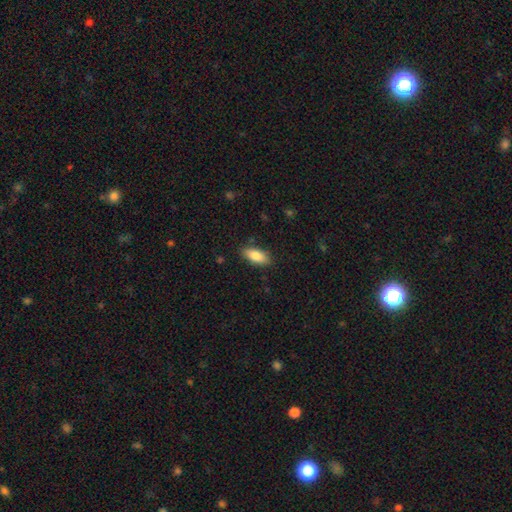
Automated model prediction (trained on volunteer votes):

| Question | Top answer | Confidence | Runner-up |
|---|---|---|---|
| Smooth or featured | smooth | 85% | featured or disk (8%) |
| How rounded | in between | 85% | cigar-shaped (13%) |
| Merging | none | 85% | minor disturbance (11%) |